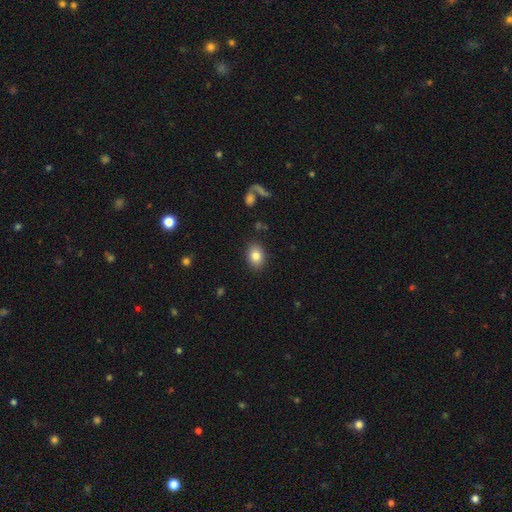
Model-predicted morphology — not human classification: This appears to be a smooth galaxy with no disk features (83%) that is in between round and cigar-shaped (72%). Merging: none (86%).